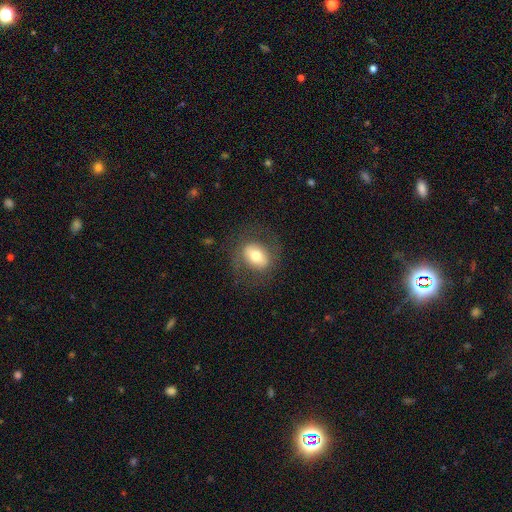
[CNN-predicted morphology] Smooth or featured? smooth (60%)
How rounded? in between (59%)
Merging? none (76%)